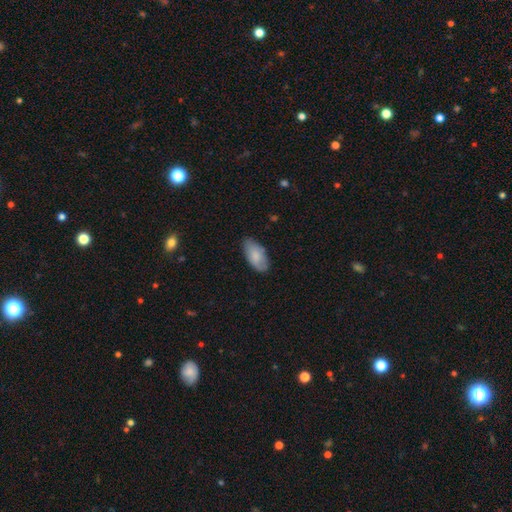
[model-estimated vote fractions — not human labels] Smooth or featured? smooth (82%)
How rounded? in between (95%)
Merging? none (75%)